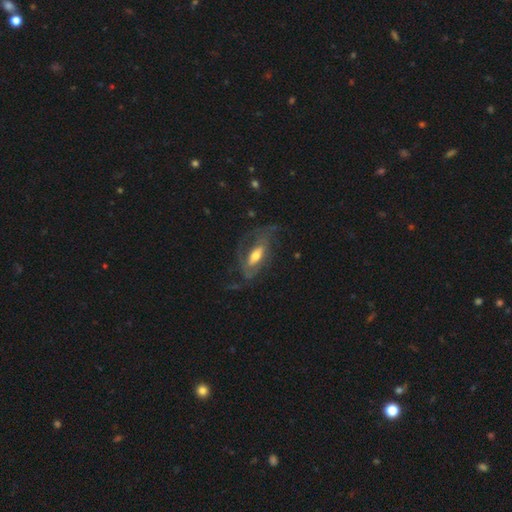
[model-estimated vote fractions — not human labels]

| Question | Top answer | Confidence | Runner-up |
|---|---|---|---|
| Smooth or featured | featured or disk | 69% | smooth (25%) |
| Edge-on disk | no | 85% | yes (15%) |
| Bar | no | 43% | weak (32%) |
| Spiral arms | yes | 74% | no (26%) |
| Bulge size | moderate | 62% | large (19%) |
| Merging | none | 47% | major disturbance (31%) |